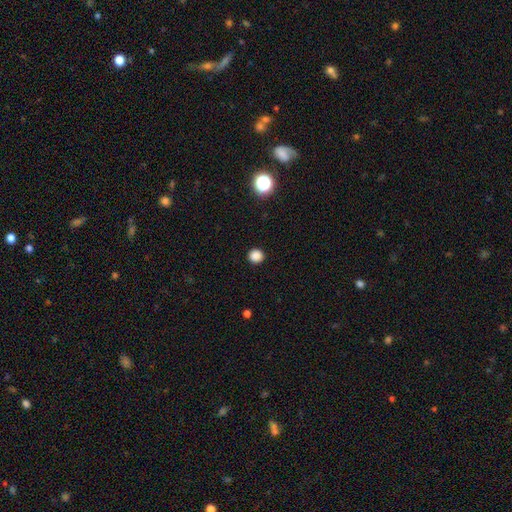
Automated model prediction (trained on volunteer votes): Smooth or featured? Predicted: smooth (p=0.85). How rounded? Predicted: round (p=0.94). Merging? Predicted: none (p=0.93).